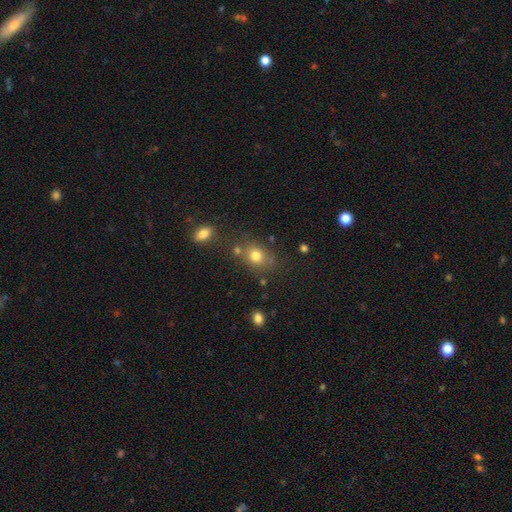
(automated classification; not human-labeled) A smooth galaxy with no disk features (77%) that is round (55%). Merging: none (66%).